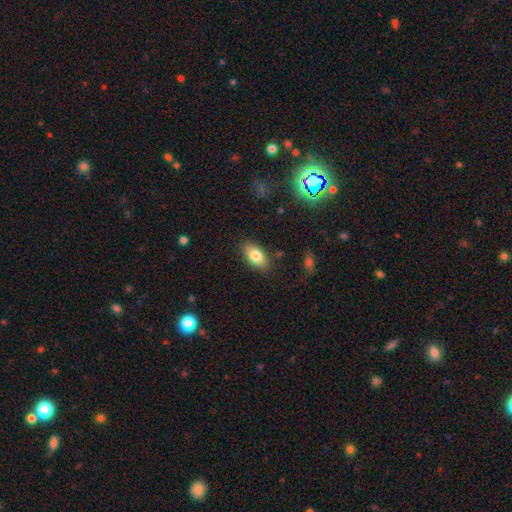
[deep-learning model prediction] The model was most divided on "smooth or featured": smooth: 79%, featured or disk: 13%, star or artifact: 8%. More confident: how rounded — in between (91%); merging — none (85%).